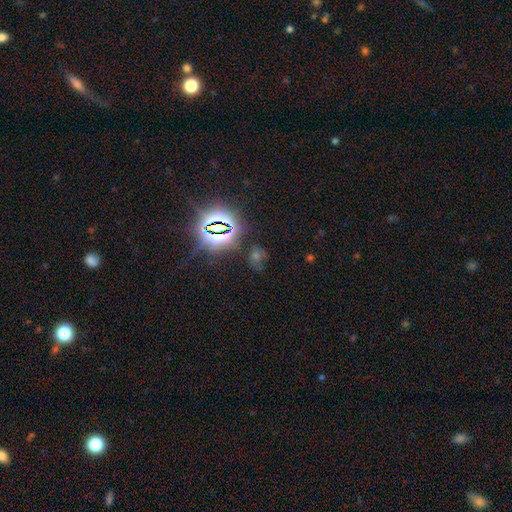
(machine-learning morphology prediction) type=star or artifact (68%).